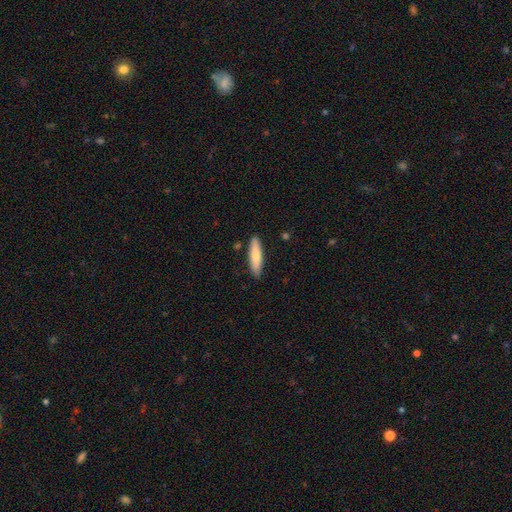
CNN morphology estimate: Smooth or featured? smooth (75%)
How rounded? cigar-shaped (74%)
Merging? none (87%)